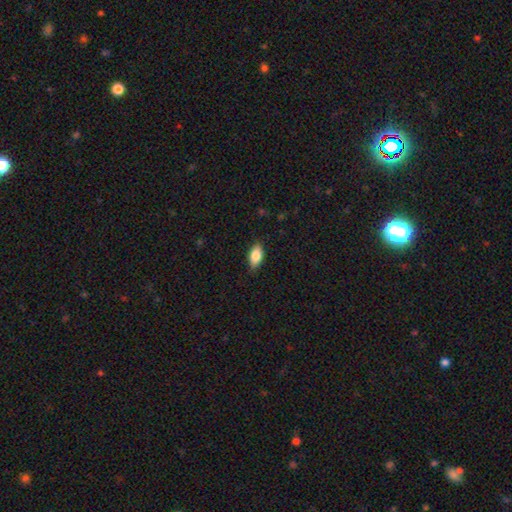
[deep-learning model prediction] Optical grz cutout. It shows a smooth galaxy with no disk features (82%) that is in between round and cigar-shaped (90%). Merging: none (85%).